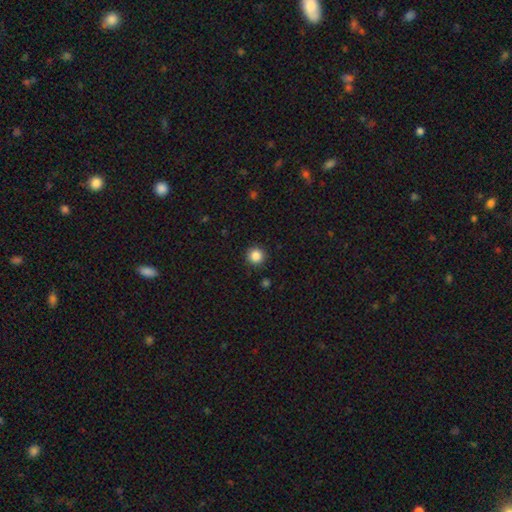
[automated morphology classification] Smooth or featured?
  - smooth: 86% *
  - star or artifact: 11%
  - featured or disk: 4%
How rounded?
  - round: 96% *
  - in between: 3%
  - cigar-shaped: 1%
Merging?
  - none: 92% *
  - minor disturbance: 5%
  - major disturbance: 2%
  - merger: 1%